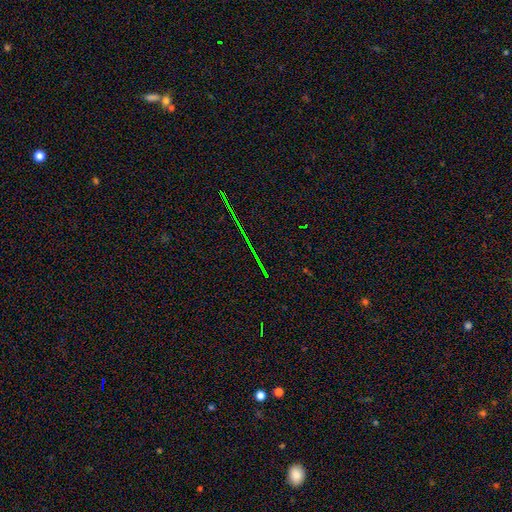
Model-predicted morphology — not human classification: Smooth or featured?
  - star or artifact: 78% *
  - featured or disk: 12%
  - smooth: 11%